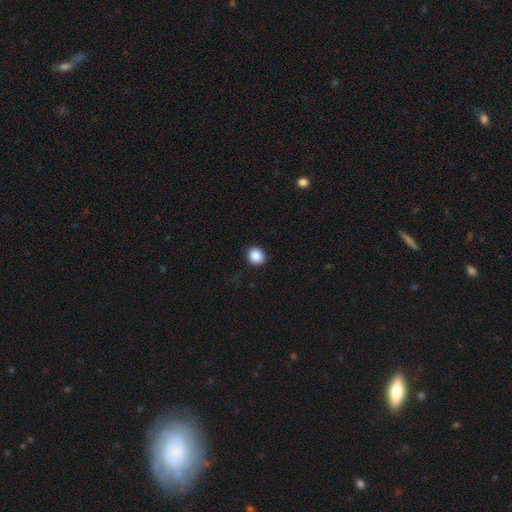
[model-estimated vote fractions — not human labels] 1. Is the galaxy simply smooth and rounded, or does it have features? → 89% smooth, 8% star or artifact, 3% featured or disk.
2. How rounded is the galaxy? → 72% round, 27% in between, 1% cigar-shaped.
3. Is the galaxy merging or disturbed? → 89% none, 8% minor disturbance, 2% major disturbance, 1% merger.